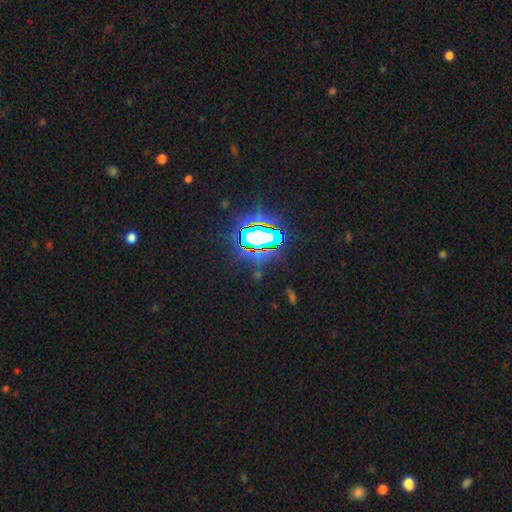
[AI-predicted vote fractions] Smooth or featured: star or artifact — 84% (smooth — 10%)